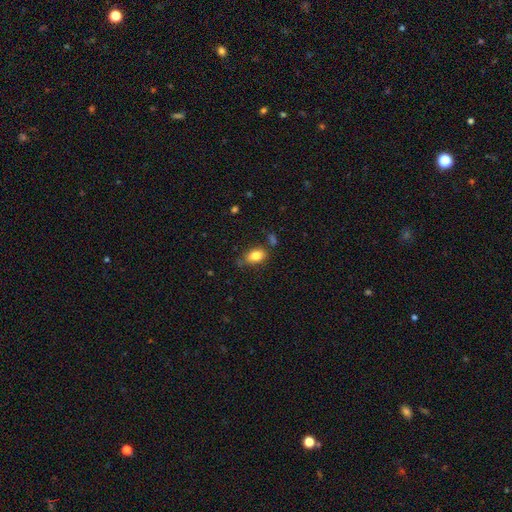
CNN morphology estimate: Smooth or featured?
  - smooth: 82% *
  - featured or disk: 9%
  - star or artifact: 8%
How rounded?
  - in between: 85% *
  - round: 13%
  - cigar-shaped: 3%
Merging?
  - none: 66% *
  - minor disturbance: 23%
  - major disturbance: 6%
  - merger: 5%